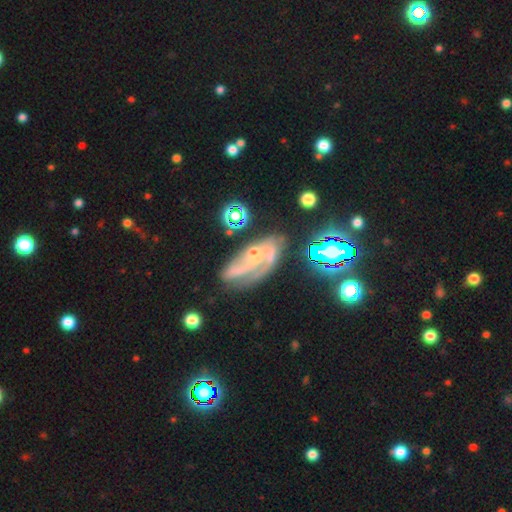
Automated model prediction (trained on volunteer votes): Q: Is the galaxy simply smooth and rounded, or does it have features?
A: featured or disk — 72%.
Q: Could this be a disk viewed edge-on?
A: no — 94%.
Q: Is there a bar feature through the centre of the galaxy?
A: no — 61%.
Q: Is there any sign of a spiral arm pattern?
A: yes — 88%.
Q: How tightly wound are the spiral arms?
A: medium — 41%.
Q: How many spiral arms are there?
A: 2 — 43%.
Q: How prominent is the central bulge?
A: small — 67%.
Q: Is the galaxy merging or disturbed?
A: none — 49%.